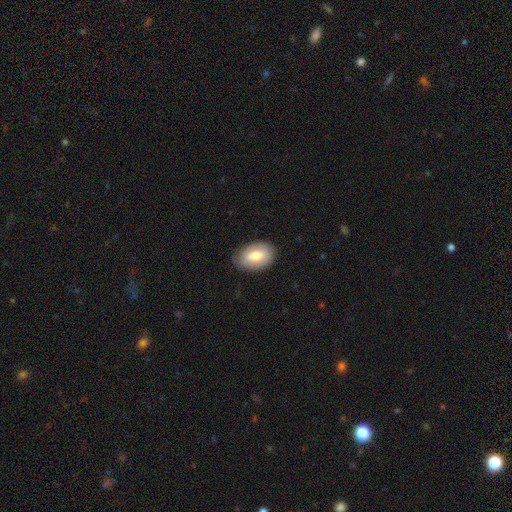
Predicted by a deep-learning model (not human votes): A smooth galaxy with no disk features (76%) that is in between round and cigar-shaped (88%). Merging: none (84%).